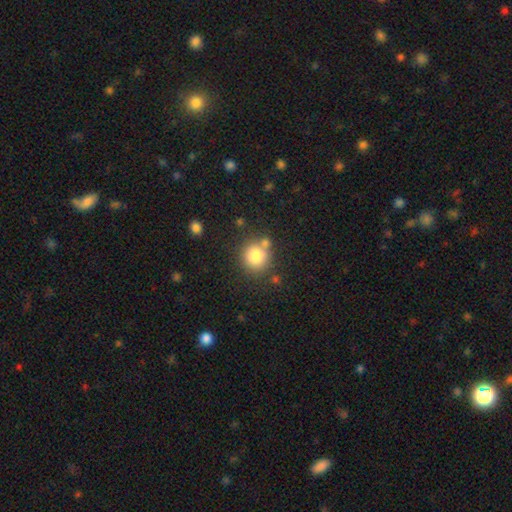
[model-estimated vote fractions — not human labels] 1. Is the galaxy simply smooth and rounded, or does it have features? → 81% smooth, 10% star or artifact, 8% featured or disk.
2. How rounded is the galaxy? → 89% round, 10% in between, 1% cigar-shaped.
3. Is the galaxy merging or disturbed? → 69% none, 15% merger, 12% minor disturbance, 4% major disturbance.